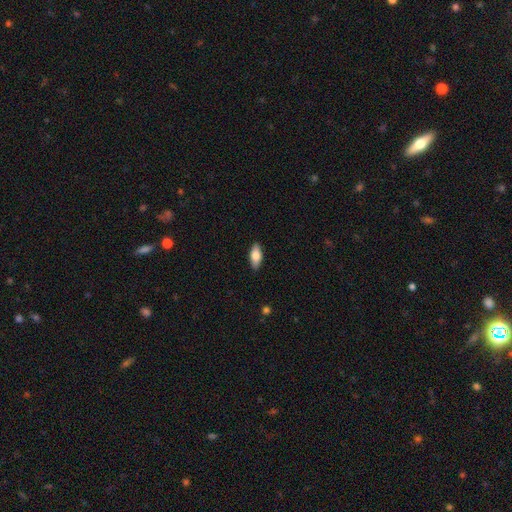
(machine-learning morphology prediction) Smooth or featured? smooth (77%)
How rounded? in between (84%)
Merging? none (89%)